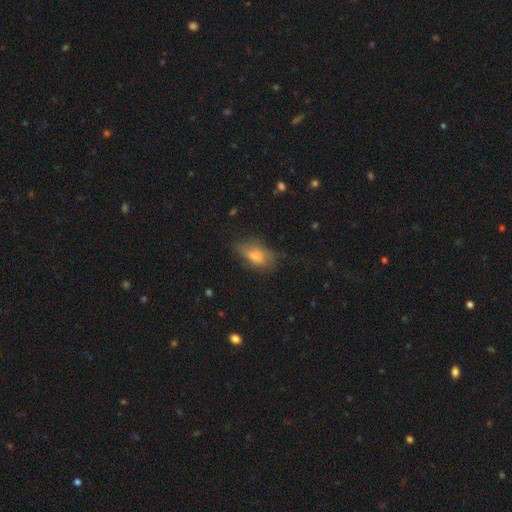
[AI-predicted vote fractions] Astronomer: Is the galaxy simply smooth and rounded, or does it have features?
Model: smooth — 76%.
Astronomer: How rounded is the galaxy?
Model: in between — 88%.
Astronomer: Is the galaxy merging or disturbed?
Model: none — 60%.